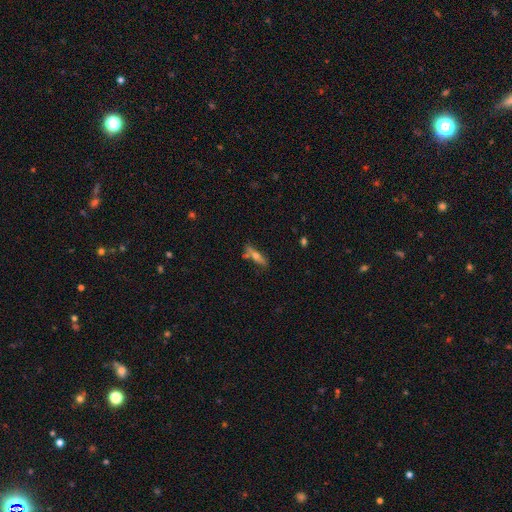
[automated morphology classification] A featured or disk galaxy (50%). Merging: none (69%).